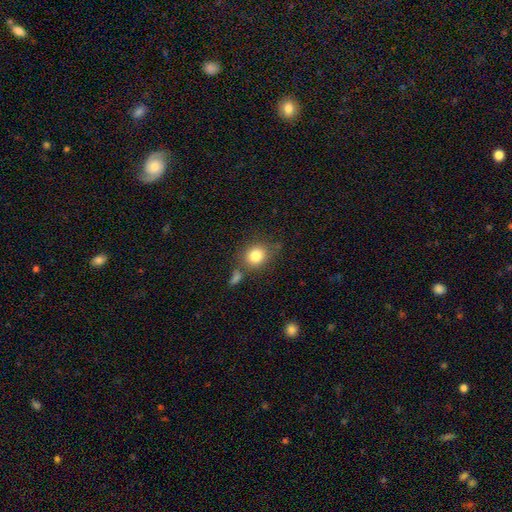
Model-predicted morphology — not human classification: smooth 82%, star or artifact 10%, featured or disk 8%. Down the decision tree: how rounded — round (74%); merging — none (68%).